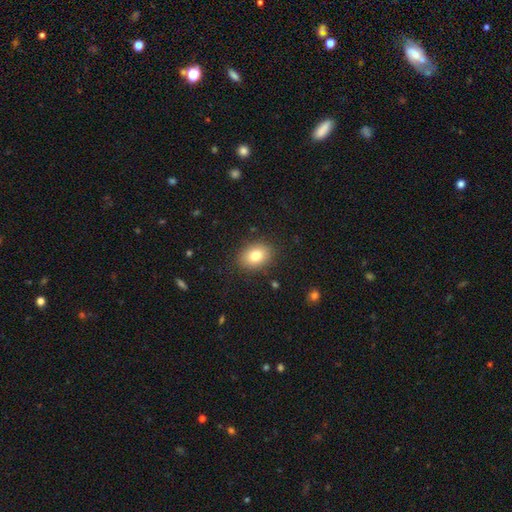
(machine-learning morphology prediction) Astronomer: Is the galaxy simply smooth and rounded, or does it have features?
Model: smooth — 81%.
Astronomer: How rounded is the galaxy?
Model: in between — 70%.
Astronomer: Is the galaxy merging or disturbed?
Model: none — 87%.